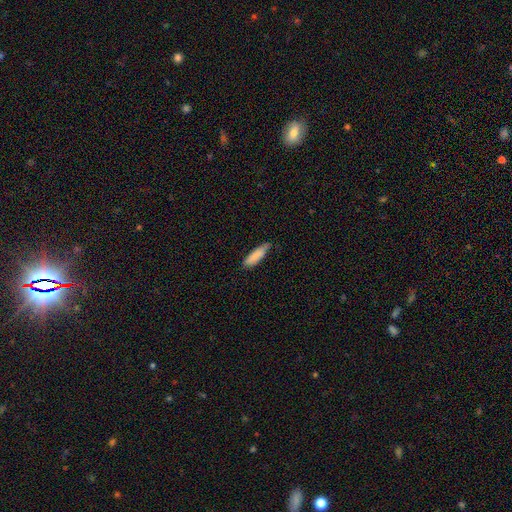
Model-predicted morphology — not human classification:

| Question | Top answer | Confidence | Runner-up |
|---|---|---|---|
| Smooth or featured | smooth | 84% | featured or disk (10%) |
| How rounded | cigar-shaped | 57% | in between (42%) |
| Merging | none | 63% | minor disturbance (31%) |